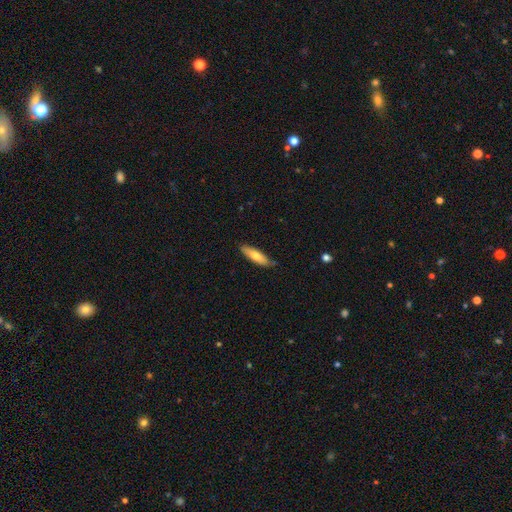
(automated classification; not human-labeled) A smooth galaxy with no disk features (69%) that is cigar-shaped (60%). Merging: none (82%).